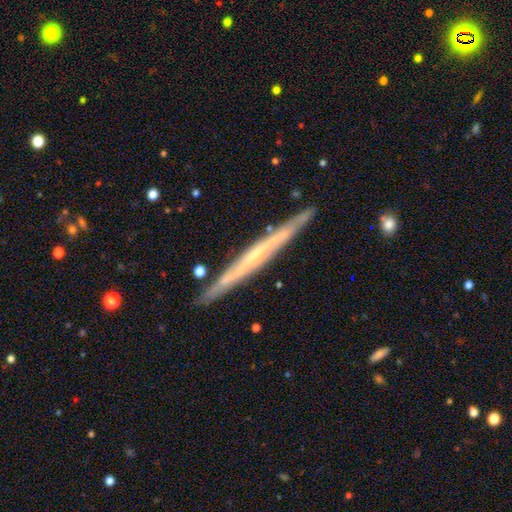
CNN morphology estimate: This is likely a featured or disk galaxy (73%). It is clearly viewed edge-on (97%). Edge-on bulge: likely none (62%). Merging: clearly none (88%).